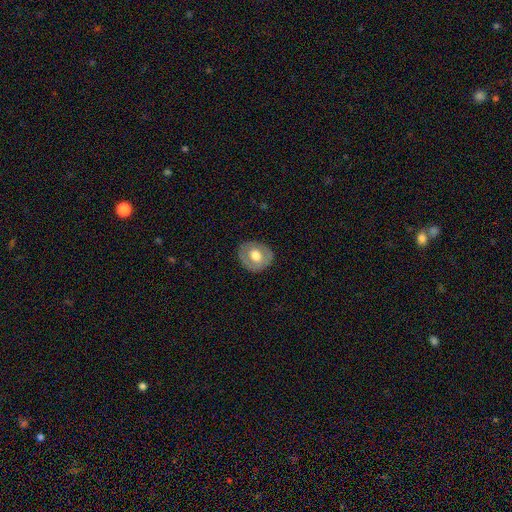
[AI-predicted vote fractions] This is possibly a smooth galaxy (57%). How rounded: likely round (68%). Merging: clearly none (83%).